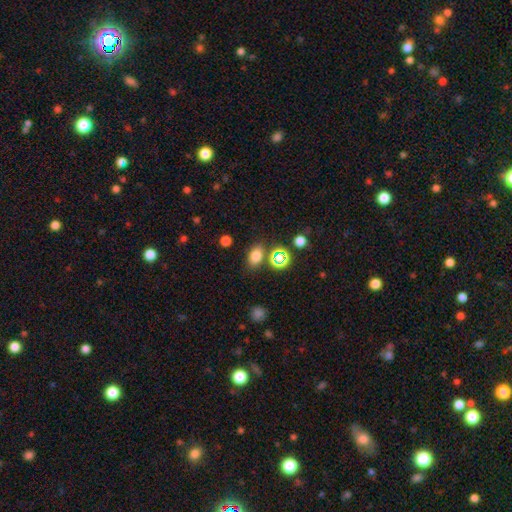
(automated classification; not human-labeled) smooth 73%, star or artifact 19%, featured or disk 8%. Down the decision tree: how rounded — in between (77%); merging — none (78%).